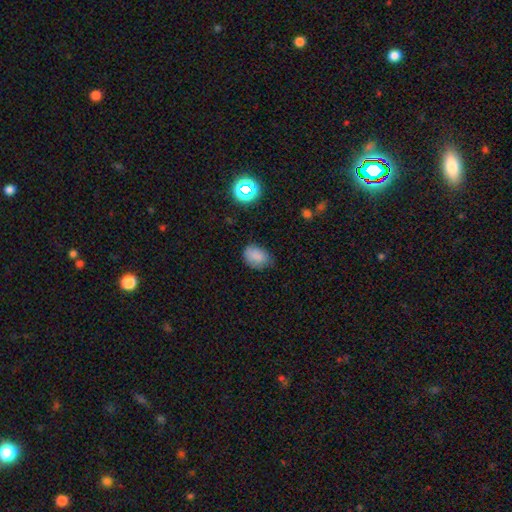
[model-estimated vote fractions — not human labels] A smooth galaxy with no disk features (82%) that is in between round and cigar-shaped (75%). Merging: none (72%).